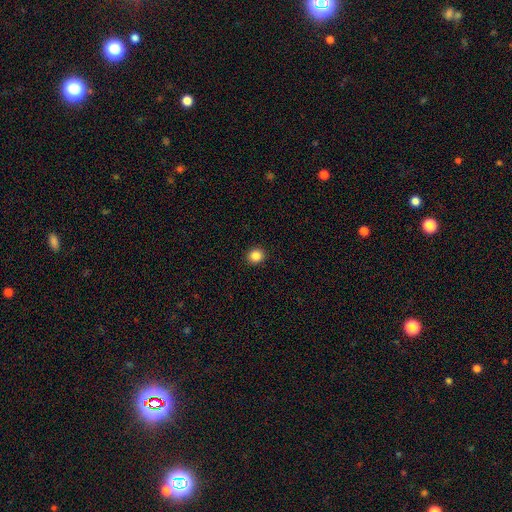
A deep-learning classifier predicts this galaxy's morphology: The model was most divided on "smooth or featured": smooth: 86%, star or artifact: 11%, featured or disk: 3%. More confident: merging — none (93%); how rounded — round (89%).